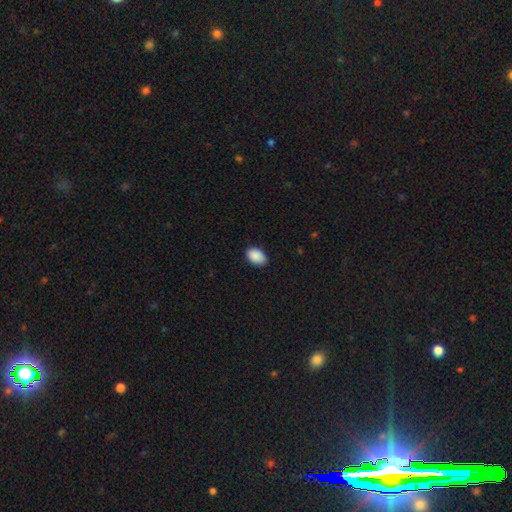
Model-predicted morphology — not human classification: smooth_or_featured: smooth (p=0.91) [alt: star or artifact p=0.07]
how_rounded: in between (p=0.88) [alt: round p=0.11]
merging: none (p=0.87) [alt: minor disturbance p=0.11]